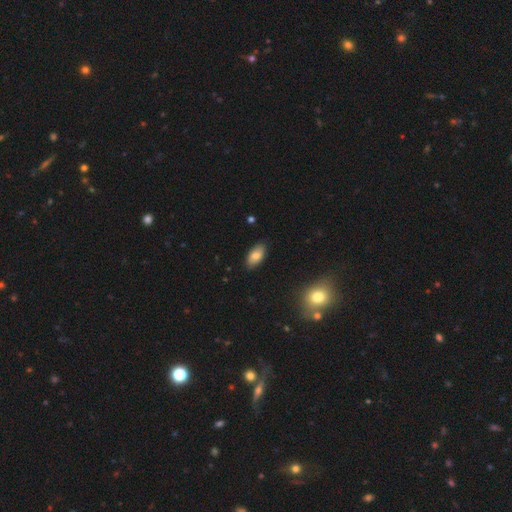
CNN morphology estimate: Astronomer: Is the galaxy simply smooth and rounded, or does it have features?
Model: smooth — 74%.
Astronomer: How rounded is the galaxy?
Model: in between — 93%.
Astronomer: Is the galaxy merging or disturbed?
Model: none — 87%.